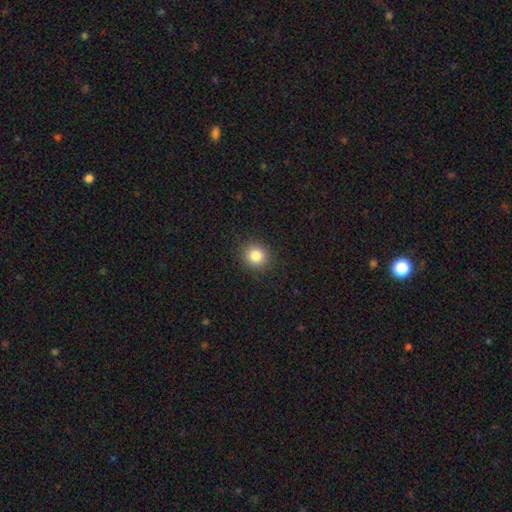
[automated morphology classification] Smooth or featured?
  - smooth: 84% *
  - star or artifact: 11%
  - featured or disk: 5%
How rounded?
  - round: 83% *
  - in between: 16%
  - cigar-shaped: 1%
Merging?
  - none: 90% *
  - minor disturbance: 7%
  - major disturbance: 2%
  - merger: 1%